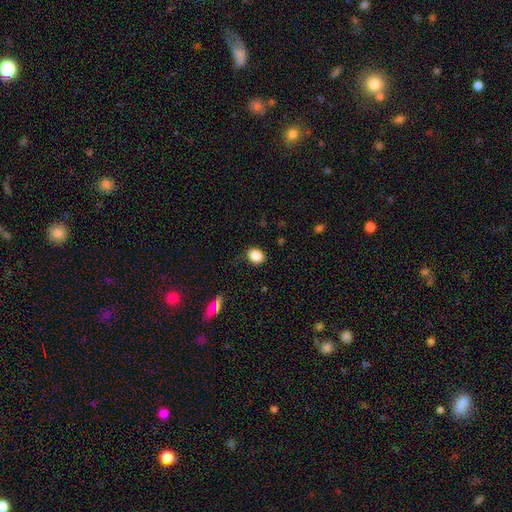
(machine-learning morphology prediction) This appears to be a smooth galaxy with no disk features (87%) that is round (56%). Merging: none (83%).